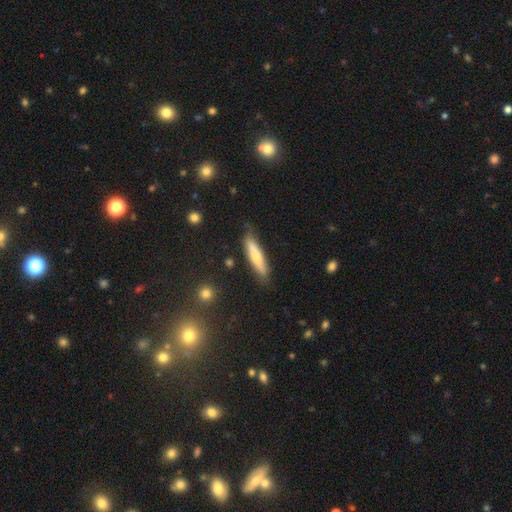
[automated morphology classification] Q: Smooth or featured?
A: smooth (63%); runner-up: featured or disk (31%)
Q: How rounded?
A: cigar-shaped (84%); runner-up: in between (14%)
Q: Merging?
A: none (81%); runner-up: minor disturbance (14%)